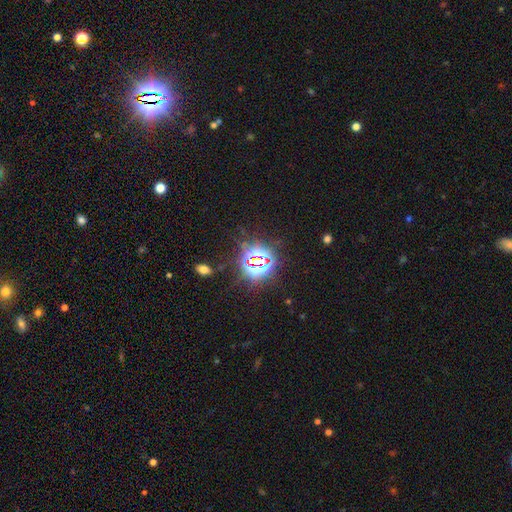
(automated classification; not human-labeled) A star or artifact, not a galaxy (80%).